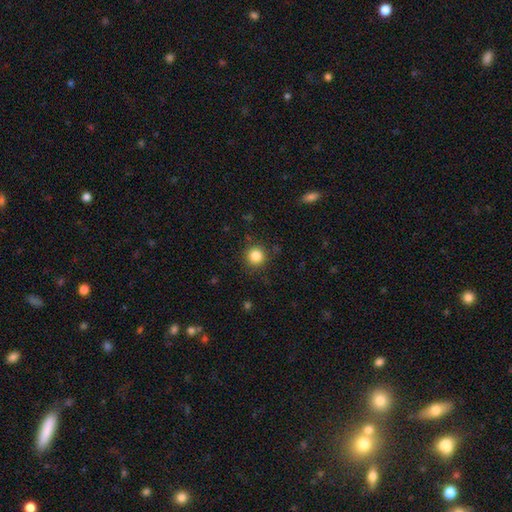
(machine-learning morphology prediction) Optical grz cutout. It shows a smooth galaxy with no disk features (85%) that is round (94%). Merging: none (88%).